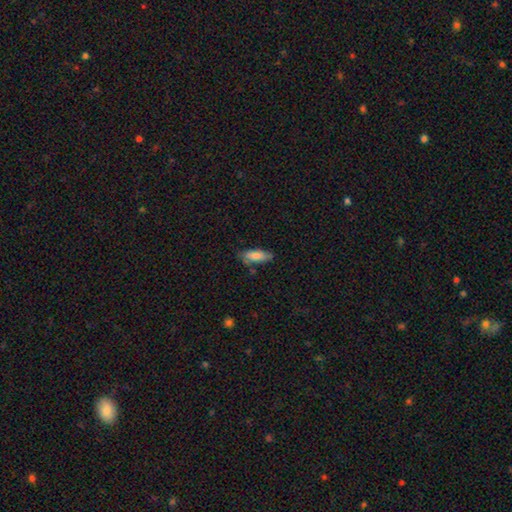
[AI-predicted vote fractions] The model was most divided on "how rounded": in between: 72%, cigar-shaped: 26%, round: 2%. More confident: smooth or featured — smooth (81%); merging — none (69%).